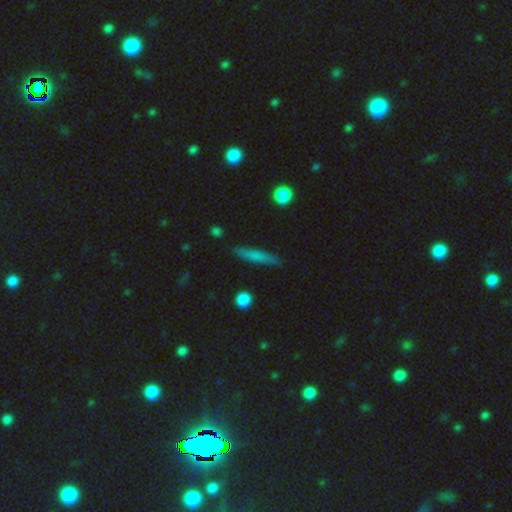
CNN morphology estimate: The model was most divided on "smooth or featured": smooth: 69%, featured or disk: 24%, star or artifact: 6%. More confident: how rounded — cigar-shaped (89%); merging — none (84%).